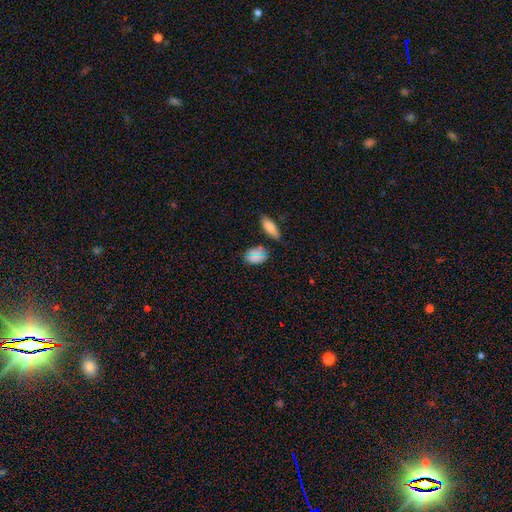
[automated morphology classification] This appears to be a smooth galaxy with no disk features (81%) that is in between round and cigar-shaped (83%). Merging: none (66%).